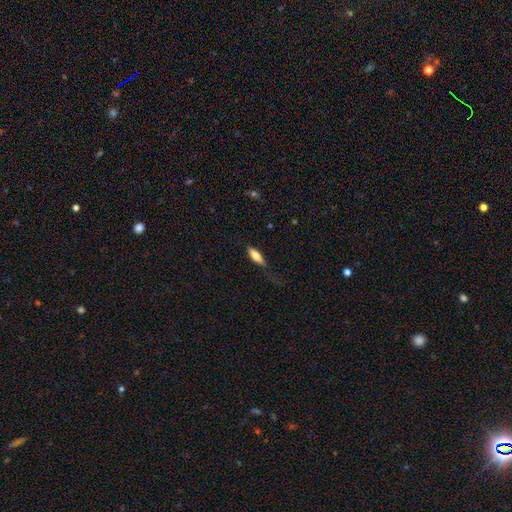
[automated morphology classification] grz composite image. It shows a smooth galaxy with no disk features (76%) that is in between round and cigar-shaped (62%). Merging: none (61%).